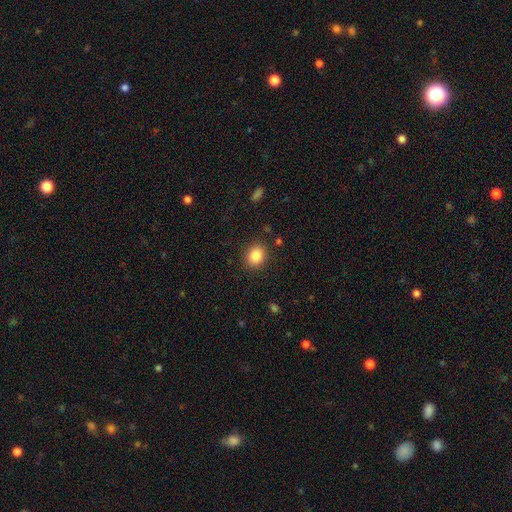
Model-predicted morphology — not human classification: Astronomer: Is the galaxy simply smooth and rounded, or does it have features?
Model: smooth — 85%.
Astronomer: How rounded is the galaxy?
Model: round — 69%.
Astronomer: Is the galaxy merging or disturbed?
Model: none — 88%.